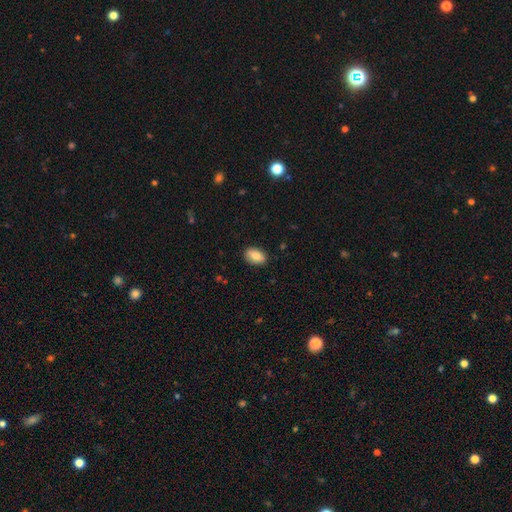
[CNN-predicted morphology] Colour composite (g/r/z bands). It shows a smooth galaxy with no disk features (81%) that is in between round and cigar-shaped (90%). Merging: none (87%).